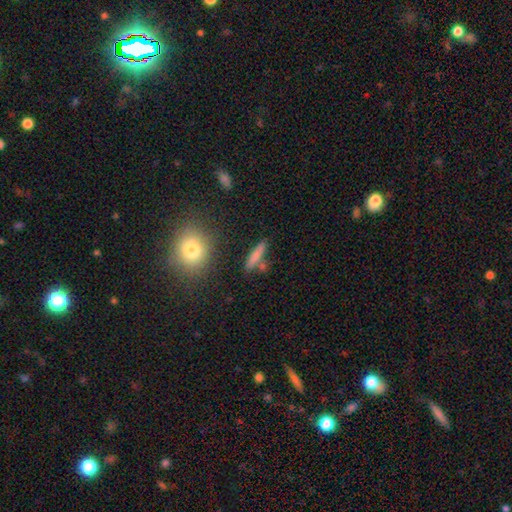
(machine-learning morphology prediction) Smooth or featured?
  - smooth: 77% *
  - featured or disk: 14%
  - star or artifact: 9%
How rounded?
  - cigar-shaped: 80% *
  - in between: 16%
  - round: 4%
Merging?
  - none: 74% *
  - minor disturbance: 12%
  - merger: 10%
  - major disturbance: 4%